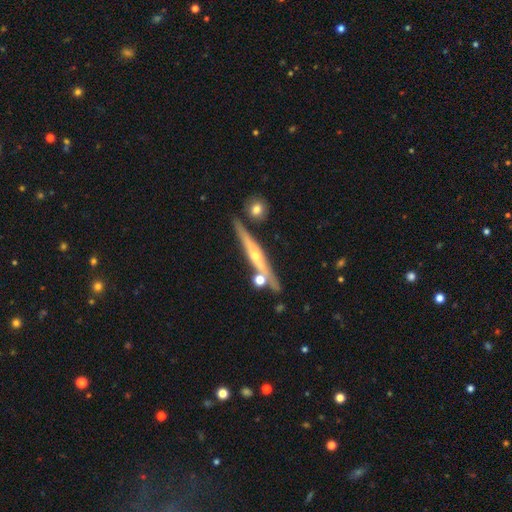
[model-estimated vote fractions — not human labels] Smooth or featured? featured or disk (76%)
Edge-on disk? yes (94%)
Edge-on bulge? rounded (82%)
Merging? none (78%)